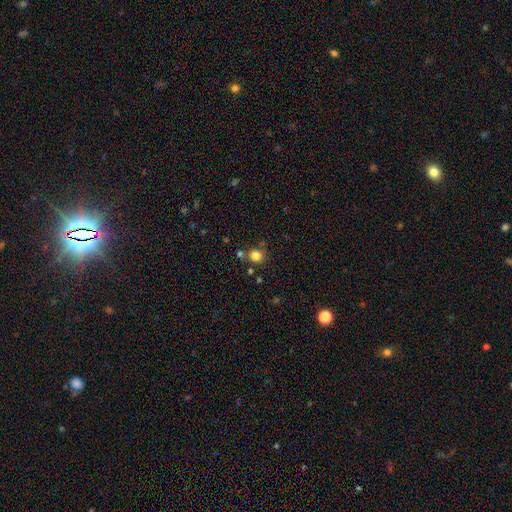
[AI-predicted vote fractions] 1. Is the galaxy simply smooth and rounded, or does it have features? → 81% smooth, 13% star or artifact, 5% featured or disk.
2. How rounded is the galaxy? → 91% round, 8% in between, 1% cigar-shaped.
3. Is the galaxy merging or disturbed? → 78% none, 10% merger, 9% minor disturbance, 3% major disturbance.